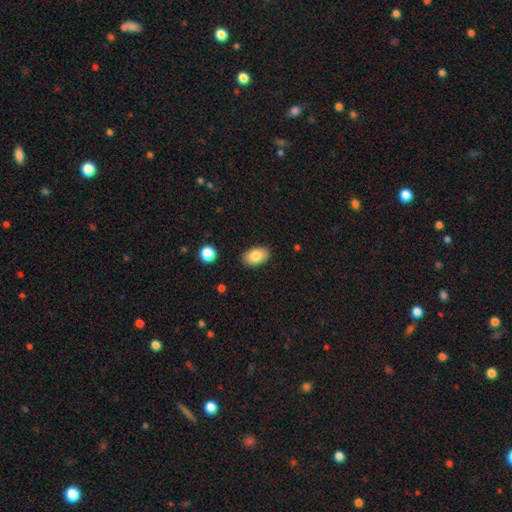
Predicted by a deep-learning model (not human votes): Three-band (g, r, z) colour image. It shows a smooth galaxy with no disk features (84%) that is in between round and cigar-shaped (92%). Merging: none (88%).